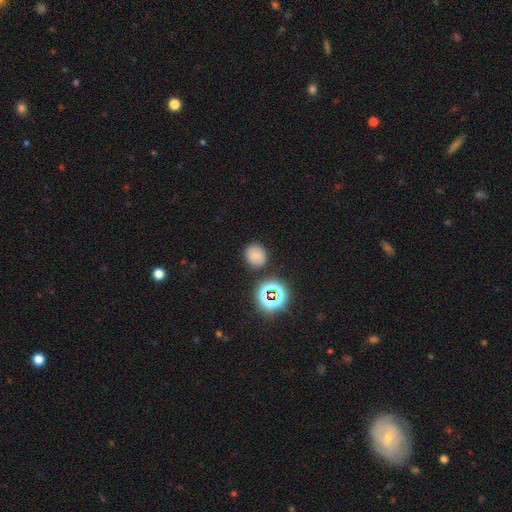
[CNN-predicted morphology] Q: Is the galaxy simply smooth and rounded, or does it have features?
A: smooth — 73%.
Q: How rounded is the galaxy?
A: round — 79%.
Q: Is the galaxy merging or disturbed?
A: none — 83%.